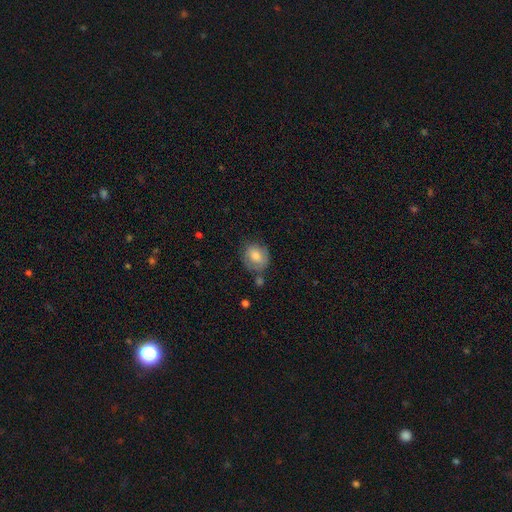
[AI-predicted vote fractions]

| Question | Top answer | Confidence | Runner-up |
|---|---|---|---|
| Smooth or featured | smooth | 64% | featured or disk (28%) |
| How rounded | round | 63% | in between (35%) |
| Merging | none | 62% | minor disturbance (23%) |